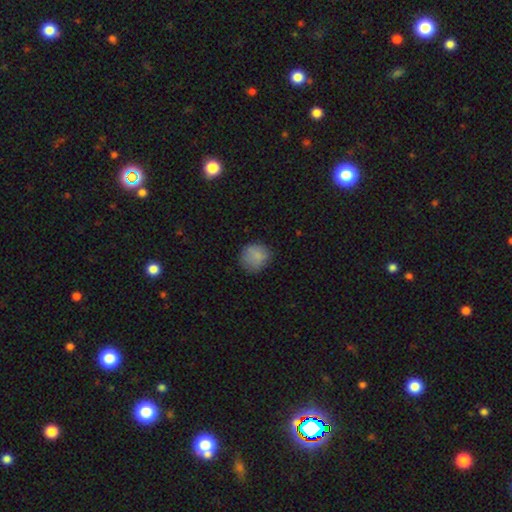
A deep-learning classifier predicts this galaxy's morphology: A smooth galaxy with no disk features (82%) that is round (83%).

Vote fractions:
- Smooth or featured? smooth: 82% / featured or disk: 9% / star or artifact: 9%
- How rounded? round: 83% / in between: 16% / cigar-shaped: 1%
- Merging? none: 74% / minor disturbance: 19% / major disturbance: 5% / merger: 1%